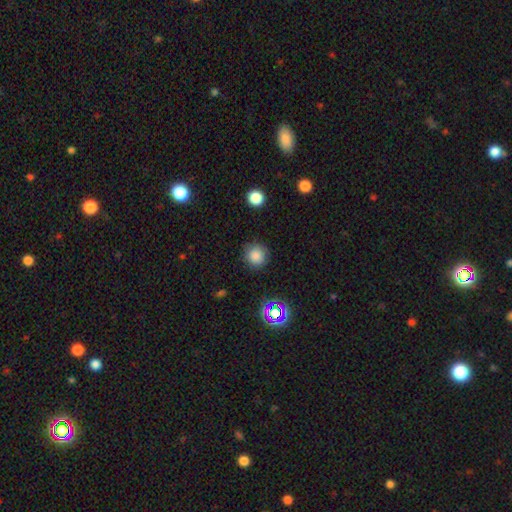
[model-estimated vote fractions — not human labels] Morphology: type=smooth (81%); roundness=round (93%); merging=none (87%).